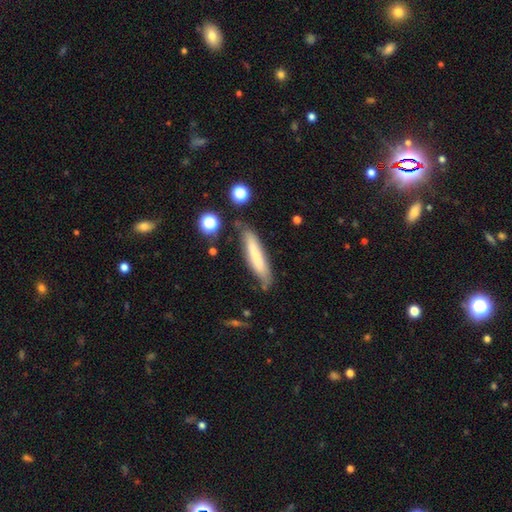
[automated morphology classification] smooth 66%, featured or disk 26%, star or artifact 8%. Down the decision tree: how rounded — cigar-shaped (86%); merging — none (75%).